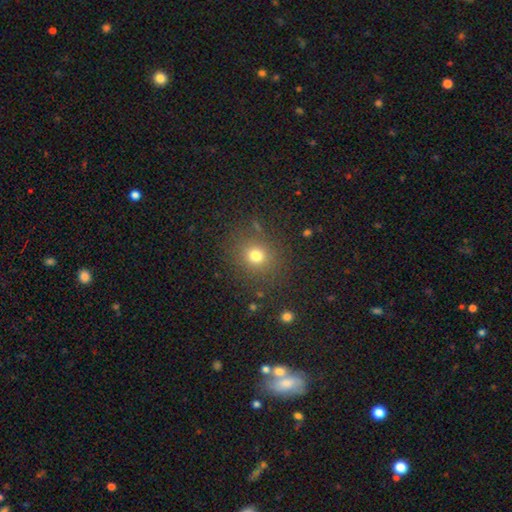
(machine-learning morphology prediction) Smooth or featured?
  - smooth: 74% *
  - star or artifact: 18%
  - featured or disk: 8%
How rounded?
  - round: 80% *
  - in between: 19%
  - cigar-shaped: 1%
Merging?
  - none: 84% *
  - minor disturbance: 9%
  - major disturbance: 4%
  - merger: 2%